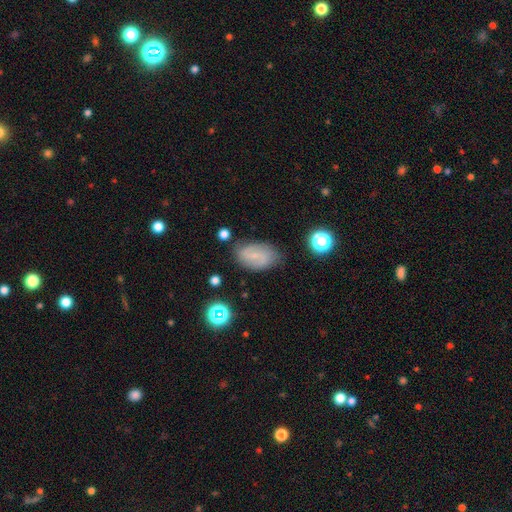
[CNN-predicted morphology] Q: Smooth or featured?
A: featured or disk (48%); runner-up: smooth (40%)
Q: Merging?
A: none (74%); runner-up: minor disturbance (18%)